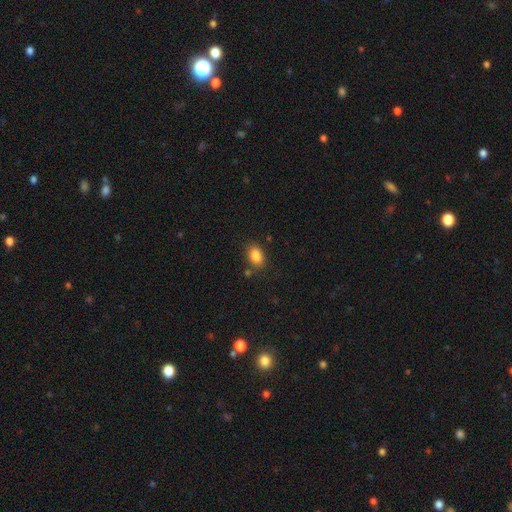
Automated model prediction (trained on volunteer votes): smooth 86%, star or artifact 9%, featured or disk 5%. Down the decision tree: how rounded — in between (83%); merging — none (79%).